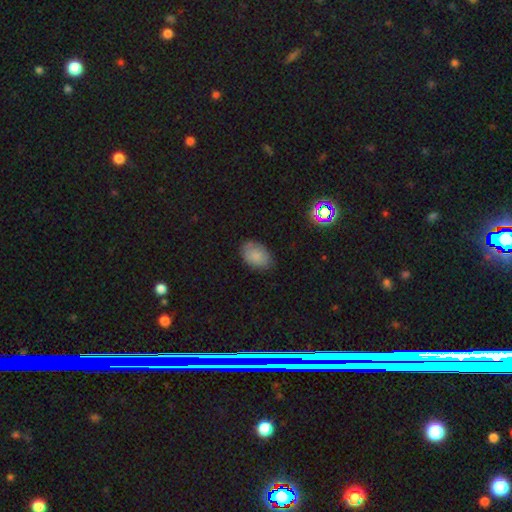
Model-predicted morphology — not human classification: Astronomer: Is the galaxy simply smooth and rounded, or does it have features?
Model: smooth — 83%.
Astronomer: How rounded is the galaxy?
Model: in between — 86%.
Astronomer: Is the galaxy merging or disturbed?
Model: none — 80%.